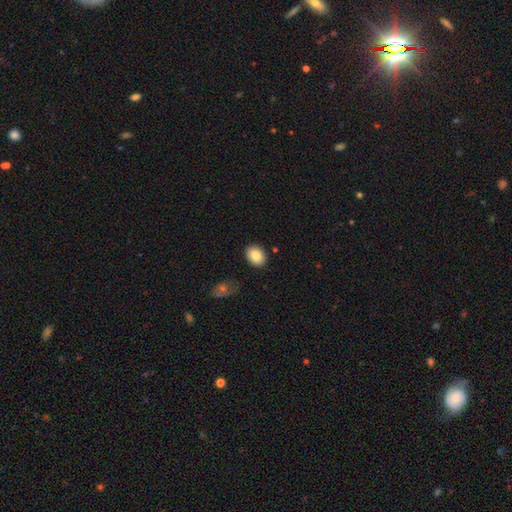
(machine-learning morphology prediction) A smooth galaxy with no disk features (85%) that is in between round and cigar-shaped (65%). Merging: none (86%).